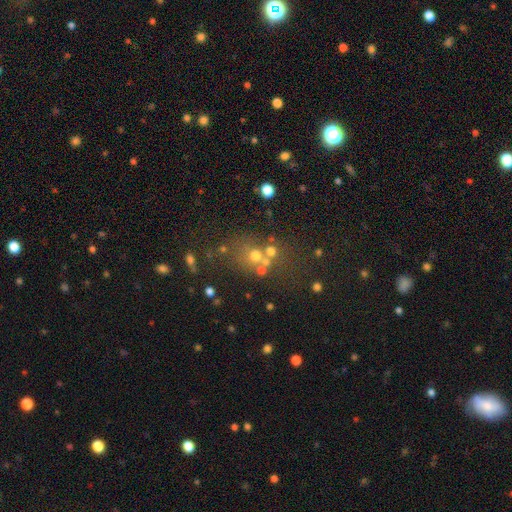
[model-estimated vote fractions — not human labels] This appears to be a smooth galaxy with no disk features (54%) that is round (76%). Merging: none (51%).